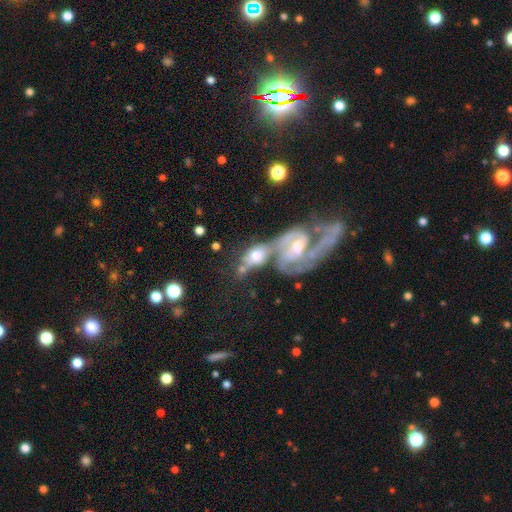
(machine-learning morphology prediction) Smooth or featured? featured or disk (54%)
Edge-on disk? no (93%)
Bar? no (59%)
Spiral arms? yes (71%)
Bulge size? moderate (58%)
Merging? merger (69%)